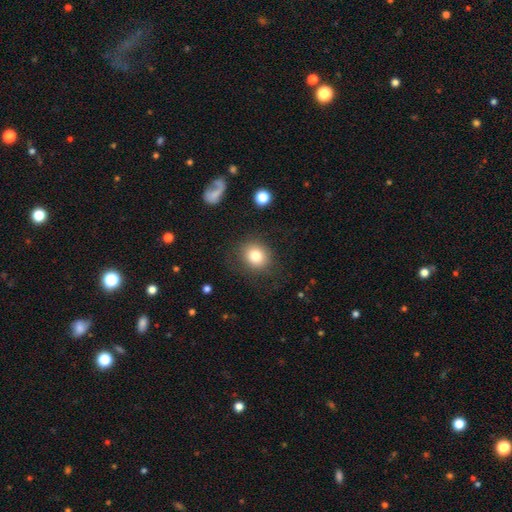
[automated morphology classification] A smooth galaxy with no disk features (80%) that is round (76%). Merging: none (81%).